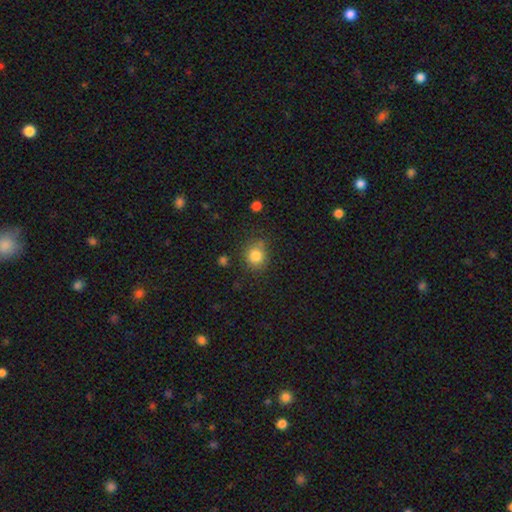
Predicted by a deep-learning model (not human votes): Smooth or featured: smooth — 83% (star or artifact — 11%)
How rounded: round — 80% (in between — 19%)
Merging: none — 75% (minor disturbance — 17%)